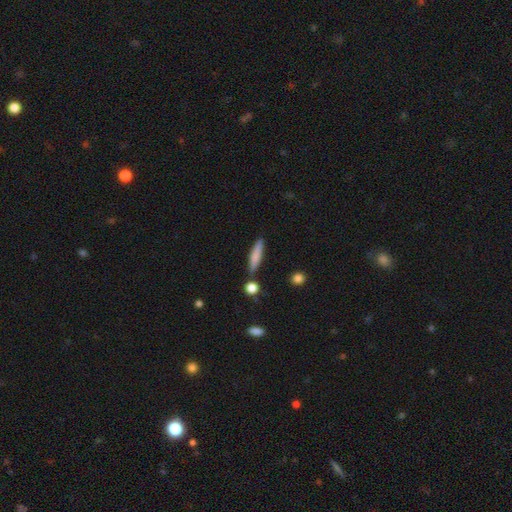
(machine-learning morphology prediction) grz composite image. It shows a smooth galaxy with no disk features (76%) that is cigar-shaped (84%). Merging: none (80%).